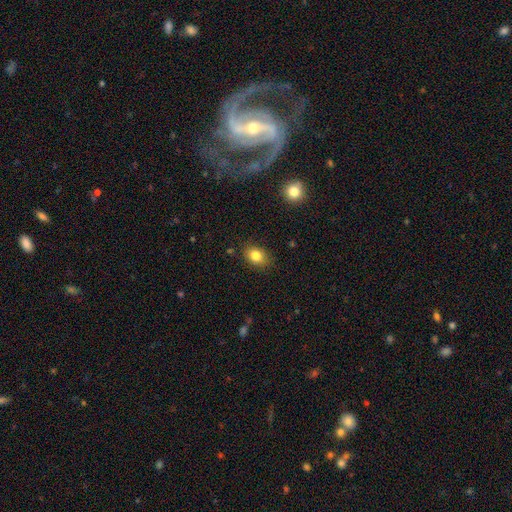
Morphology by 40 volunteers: Overall: smooth (78%). How rounded: in between (71%). Merging: none (76%).